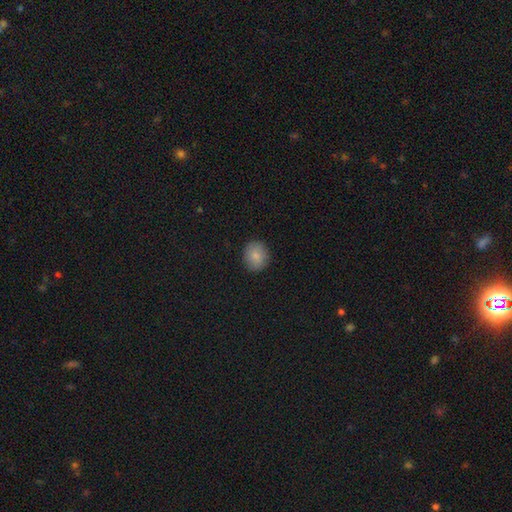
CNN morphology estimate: Smooth or featured?
  - smooth: 84% *
  - star or artifact: 8%
  - featured or disk: 7%
How rounded?
  - round: 72% *
  - in between: 27%
  - cigar-shaped: 1%
Merging?
  - none: 88% *
  - minor disturbance: 9%
  - major disturbance: 2%
  - merger: 1%